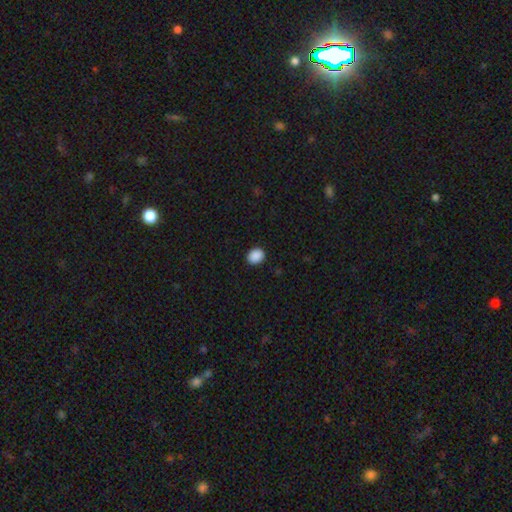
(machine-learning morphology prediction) A smooth galaxy with no disk features (90%) that is round (55%).

Vote fractions:
- Smooth or featured? smooth: 90% / star or artifact: 8% / featured or disk: 2%
- How rounded? round: 55% / in between: 44% / cigar-shaped: 1%
- Merging? none: 91% / minor disturbance: 6% / major disturbance: 2% / merger: 1%